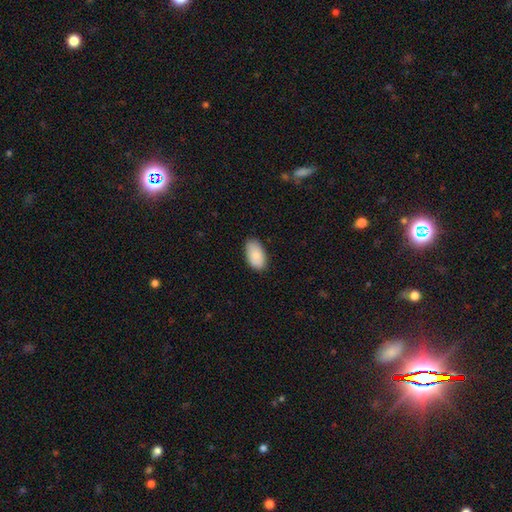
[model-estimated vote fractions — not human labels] smooth_or_featured: smooth (p=0.87) [alt: featured or disk p=0.07]
how_rounded: in between (p=0.95) [alt: round p=0.03]
merging: none (p=0.82) [alt: minor disturbance p=0.15]